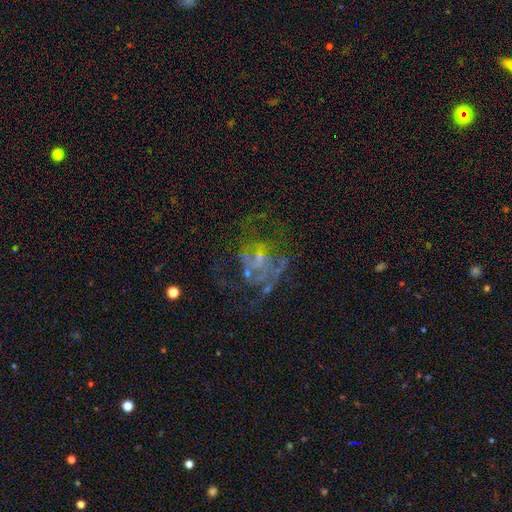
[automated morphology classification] Overall: featured or disk (62%; star or artifact 24%). Edge-on disk: no (97%). Bar: no (79%). Spiral arms: yes (63%; no 37%). Bulge size: small (57%; moderate 21%). Merging: none (57%; major disturbance 24%).